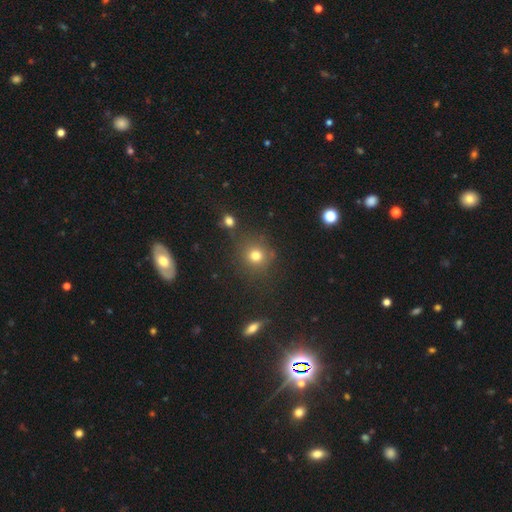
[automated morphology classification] This is likely a smooth galaxy (76%). How rounded: clearly round (89%). Merging: likely none (76%).